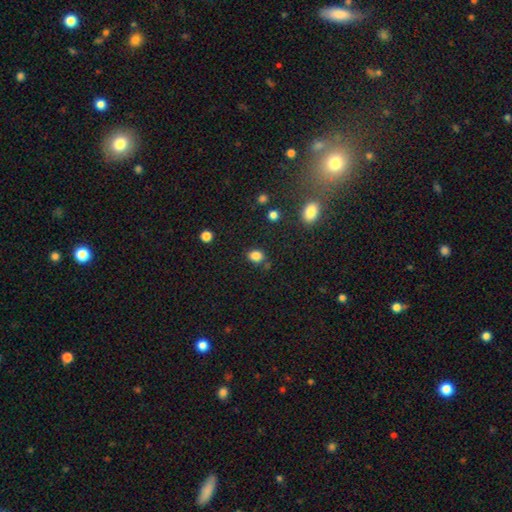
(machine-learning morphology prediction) smooth-or-featured: smooth: 84% | star or artifact: 12% | featured or disk: 4%
  how-rounded: round: 52% | in between: 47% | cigar-shaped: 1%
  merging: none: 77% | minor disturbance: 13% | merger: 6% | major disturbance: 4%